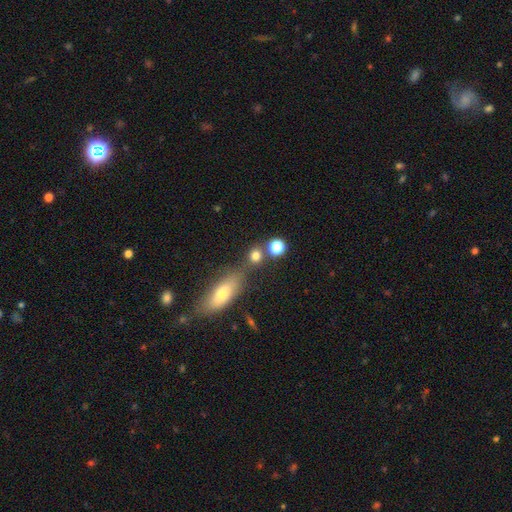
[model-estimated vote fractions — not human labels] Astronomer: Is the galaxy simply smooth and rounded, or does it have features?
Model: smooth — 77%.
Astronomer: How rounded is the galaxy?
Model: round — 80%.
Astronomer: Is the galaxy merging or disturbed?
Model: none — 61%.